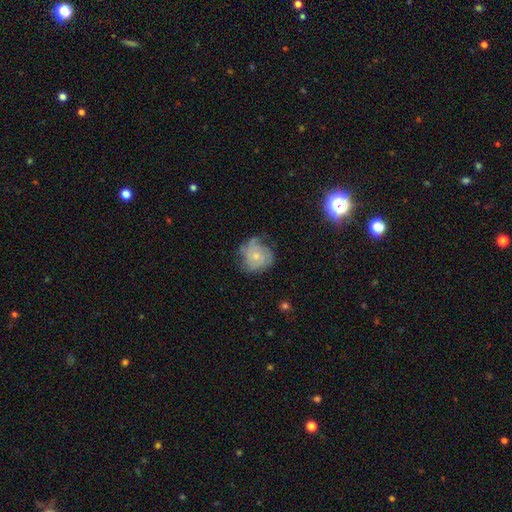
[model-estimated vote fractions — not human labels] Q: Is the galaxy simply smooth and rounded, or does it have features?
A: featured or disk — 61%.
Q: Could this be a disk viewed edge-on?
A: no — 98%.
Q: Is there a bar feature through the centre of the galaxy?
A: no — 82%.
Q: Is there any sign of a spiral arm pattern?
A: yes — 84%.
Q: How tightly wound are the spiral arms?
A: tight — 52%.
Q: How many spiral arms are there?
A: can't tell — 35%.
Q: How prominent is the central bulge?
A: small — 56%.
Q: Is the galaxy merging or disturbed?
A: none — 54%.